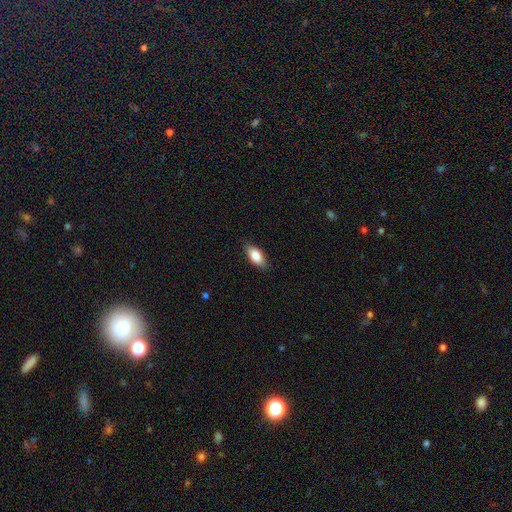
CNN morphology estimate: Smooth or featured?
  - smooth: 83% *
  - featured or disk: 10%
  - star or artifact: 7%
How rounded?
  - in between: 87% *
  - cigar-shaped: 9%
  - round: 3%
Merging?
  - none: 85% *
  - minor disturbance: 12%
  - major disturbance: 2%
  - merger: 1%